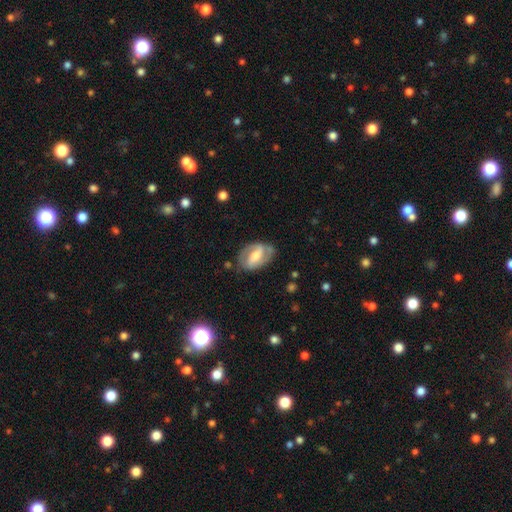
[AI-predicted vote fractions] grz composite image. It shows a featured or disk galaxy (73%) with a strong bar (45%), 2 (83%) medium (47%) spiral arms (84%) and a moderate central bulge (55%). Merging: none (71%).